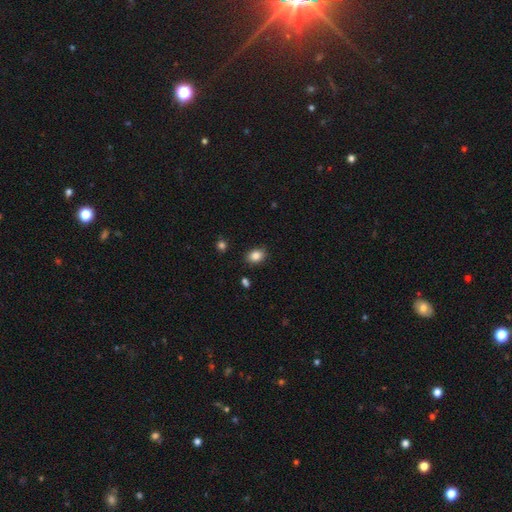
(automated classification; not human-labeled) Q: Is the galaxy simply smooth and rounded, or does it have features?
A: smooth — 85%.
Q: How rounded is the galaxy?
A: in between — 72%.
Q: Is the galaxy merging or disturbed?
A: none — 84%.